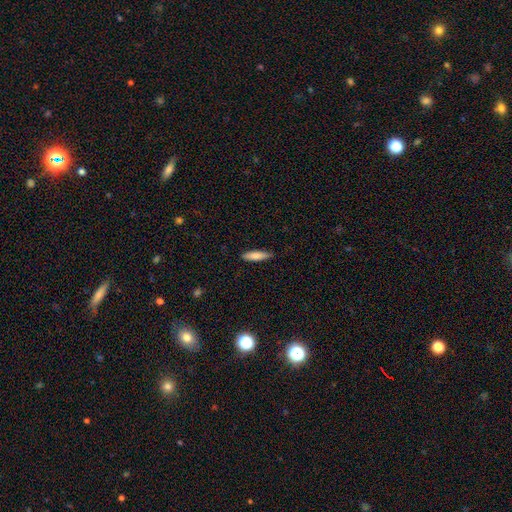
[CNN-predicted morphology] A smooth galaxy with no disk features (80%) that is cigar-shaped (74%).

Vote fractions:
- Smooth or featured? smooth: 80% / featured or disk: 14% / star or artifact: 6%
- How rounded? cigar-shaped: 74% / in between: 24% / round: 2%
- Merging? none: 87% / minor disturbance: 10% / major disturbance: 2% / merger: 1%